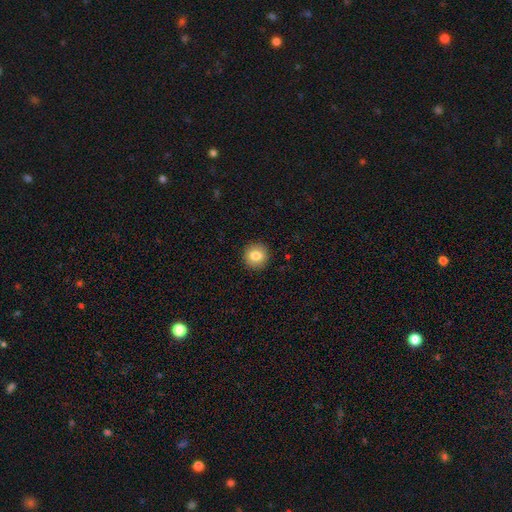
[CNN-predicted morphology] Overall: smooth (81%). How rounded: round (93%). Merging: none (92%).